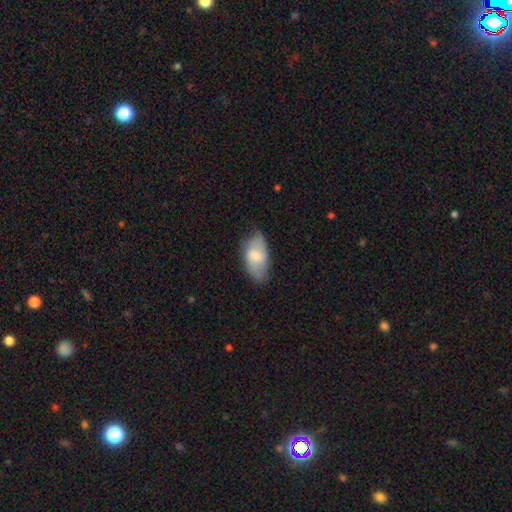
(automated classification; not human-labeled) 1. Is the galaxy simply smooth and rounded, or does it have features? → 67% smooth, 27% featured or disk, 6% star or artifact.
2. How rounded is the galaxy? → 93% in between, 4% round, 3% cigar-shaped.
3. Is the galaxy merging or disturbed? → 68% none, 25% minor disturbance, 6% major disturbance, 1% merger.